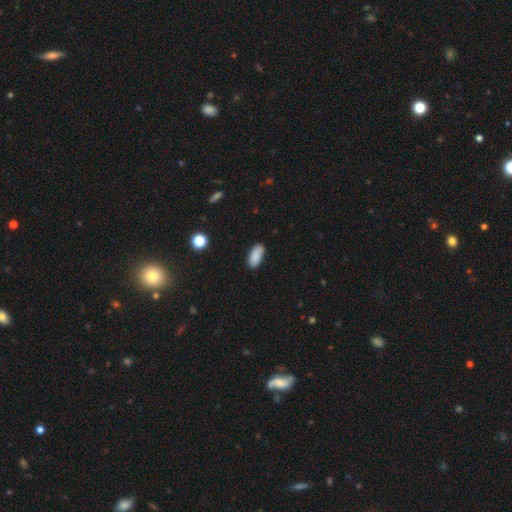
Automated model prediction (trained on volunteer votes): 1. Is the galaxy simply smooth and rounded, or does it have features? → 89% smooth, 7% star or artifact, 4% featured or disk.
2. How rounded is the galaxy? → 88% in between, 10% cigar-shaped, 2% round.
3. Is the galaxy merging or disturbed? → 86% none, 11% minor disturbance, 2% major disturbance, 1% merger.